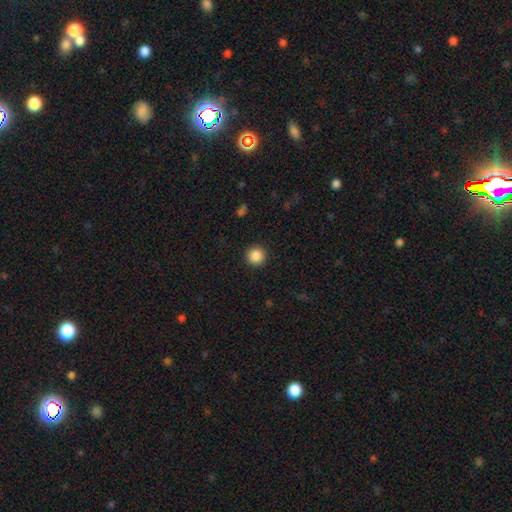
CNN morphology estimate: Smooth or featured? Predicted: smooth (p=0.87). How rounded? Predicted: round (p=0.96). Merging? Predicted: none (p=0.93).